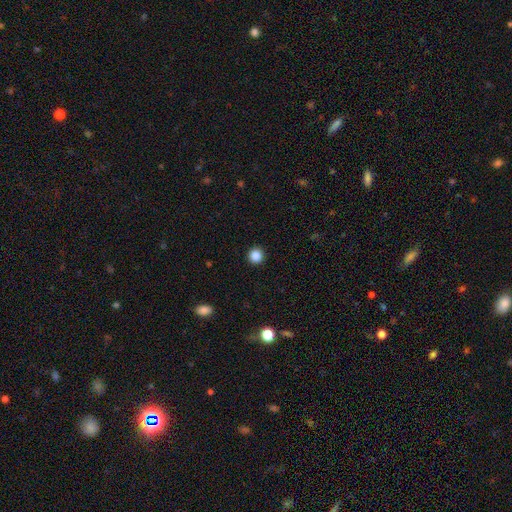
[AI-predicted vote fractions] Smooth or featured? Predicted: smooth (p=0.86). How rounded? Predicted: round (p=0.95). Merging? Predicted: none (p=0.94).